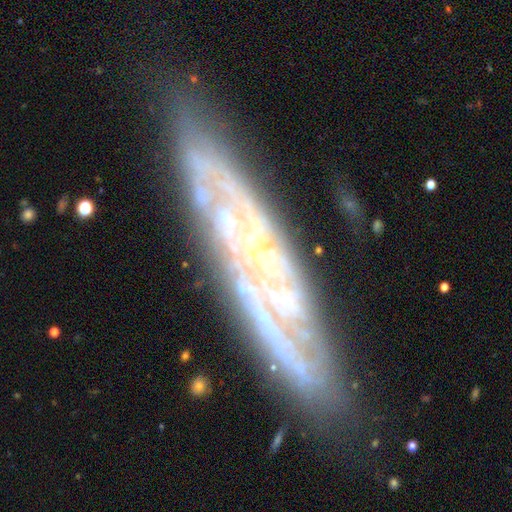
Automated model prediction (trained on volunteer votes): A featured or disk galaxy (82%). Merging: none (78%).